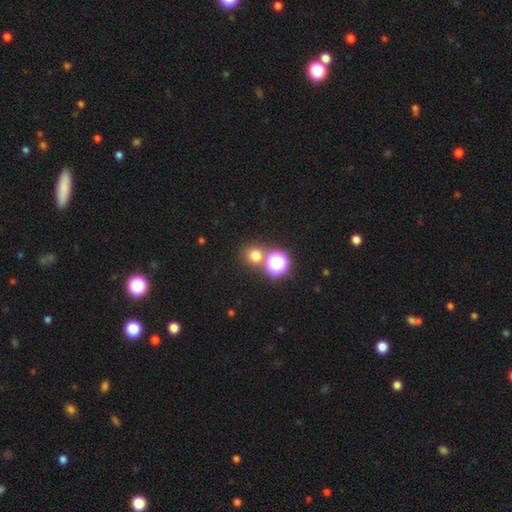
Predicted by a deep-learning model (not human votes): This is likely a smooth galaxy (69%). How rounded: clearly round (90%). Merging: likely none (73%).